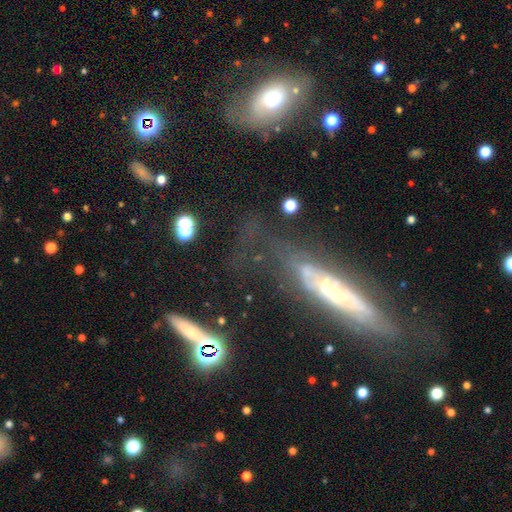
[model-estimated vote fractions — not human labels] smooth_or_featured: featured or disk (p=0.56) [alt: smooth p=0.26]
disk_edge_on: yes (p=0.71) [alt: no p=0.29]
merging: none (p=0.60) [alt: minor disturbance p=0.21]